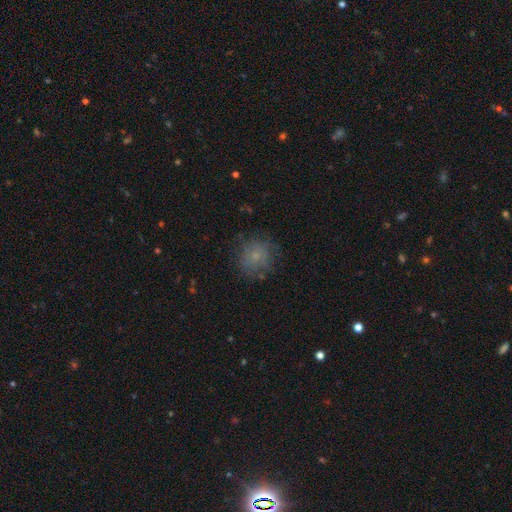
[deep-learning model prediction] Smooth or featured? Predicted: smooth (p=0.70). How rounded? Predicted: round (p=0.84). Merging? Predicted: none (p=0.74).